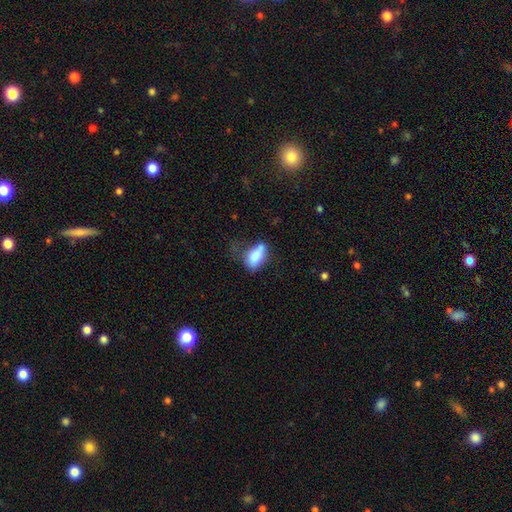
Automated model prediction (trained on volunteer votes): Overall: smooth (80%). How rounded: in between (89%). Merging: none (35%; minor disturbance 32%).